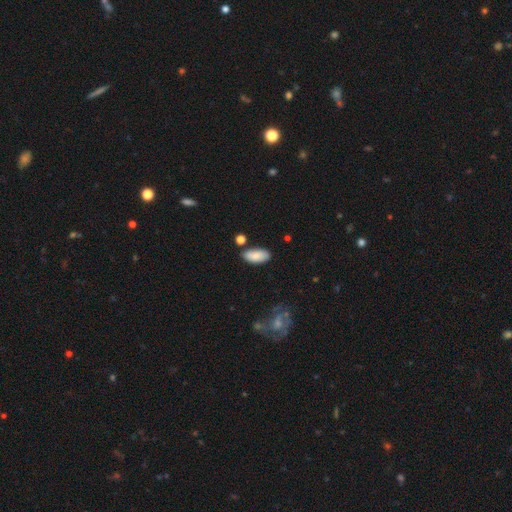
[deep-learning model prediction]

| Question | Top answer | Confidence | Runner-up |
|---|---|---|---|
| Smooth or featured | smooth | 84% | featured or disk (9%) |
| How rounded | in between | 92% | cigar-shaped (6%) |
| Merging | none | 75% | minor disturbance (16%) |